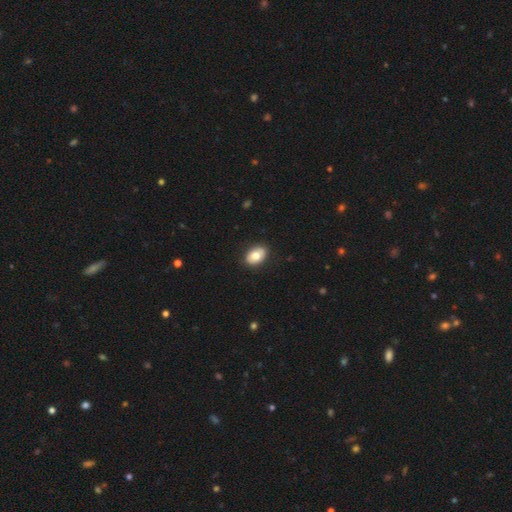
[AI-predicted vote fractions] This appears to be a smooth galaxy with no disk features (77%) that is in between round and cigar-shaped (84%). Merging: none (87%).